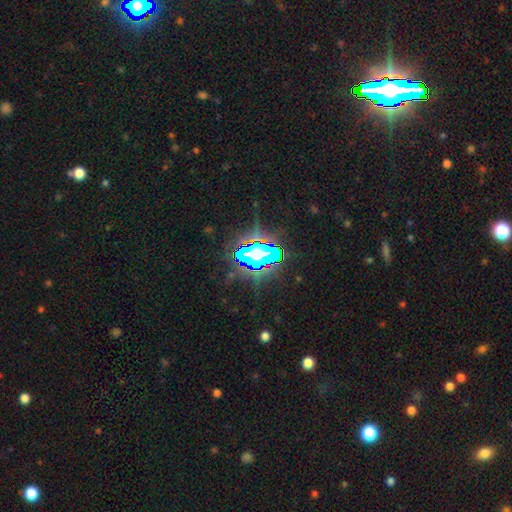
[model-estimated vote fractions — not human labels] The model was most divided on "smooth or featured": star or artifact: 68%, featured or disk: 16%, smooth: 16%.